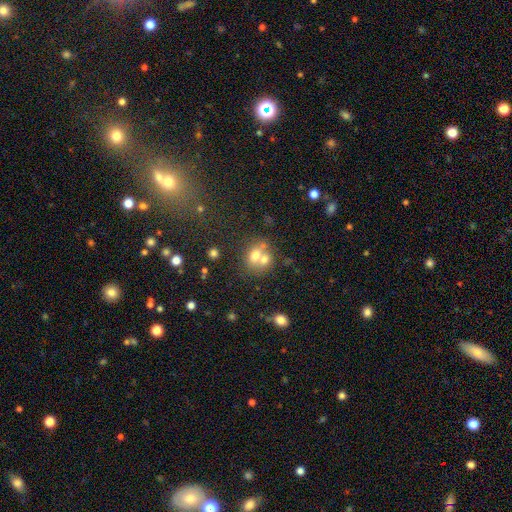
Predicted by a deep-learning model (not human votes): A smooth galaxy with no disk features (65%) that is round (60%).

Vote fractions:
- Smooth or featured? smooth: 65% / featured or disk: 22% / star or artifact: 13%
- How rounded? round: 60% / in between: 39% / cigar-shaped: 1%
- Merging? merger: 58% / none: 30% / minor disturbance: 8% / major disturbance: 4%